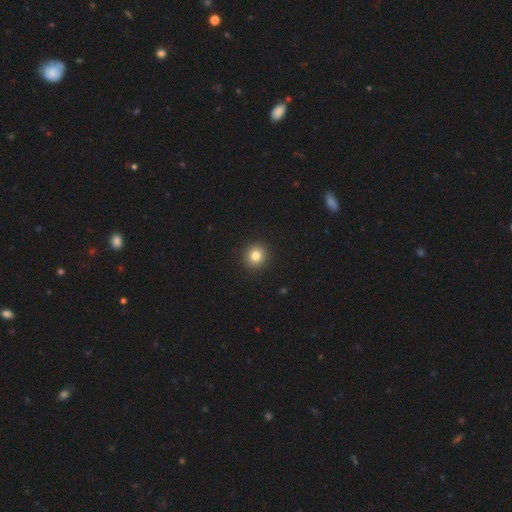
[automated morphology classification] Smooth or featured: smooth — 82% (star or artifact — 12%)
How rounded: round — 92% (in between — 7%)
Merging: none — 93% (minor disturbance — 5%)